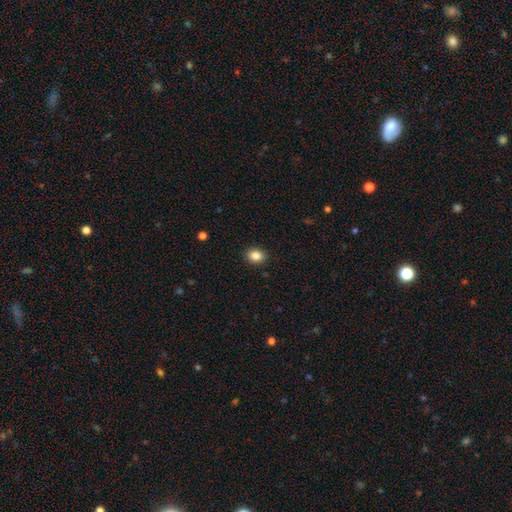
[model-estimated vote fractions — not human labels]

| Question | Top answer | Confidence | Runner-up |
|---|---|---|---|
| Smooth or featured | smooth | 86% | star or artifact (10%) |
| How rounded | round | 55% | in between (44%) |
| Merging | none | 91% | minor disturbance (6%) |